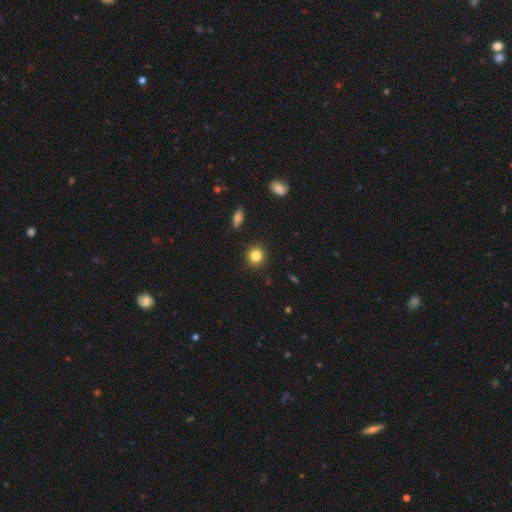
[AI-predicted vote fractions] The model was most divided on "smooth or featured": smooth: 84%, star or artifact: 11%, featured or disk: 6%. More confident: merging — none (91%); how rounded — round (90%).